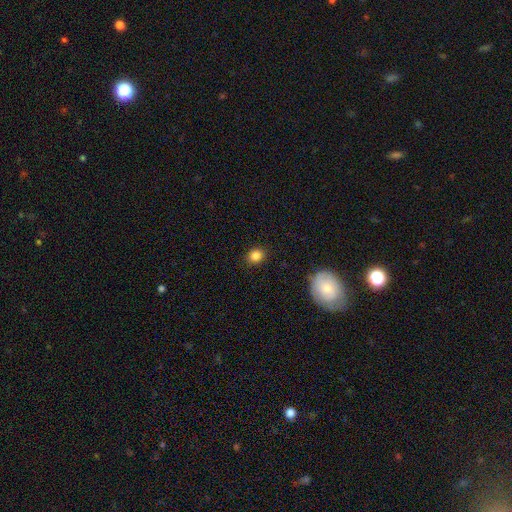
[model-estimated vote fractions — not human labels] The model was most divided on "how rounded": round: 70%, in between: 29%, cigar-shaped: 1%. More confident: merging — none (89%); smooth or featured — smooth (85%).